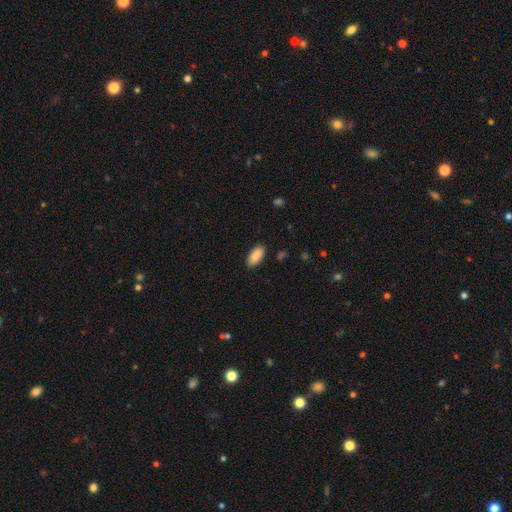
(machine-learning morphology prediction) A smooth galaxy with no disk features (89%) that is in between round and cigar-shaped (91%). Merging: none (89%).